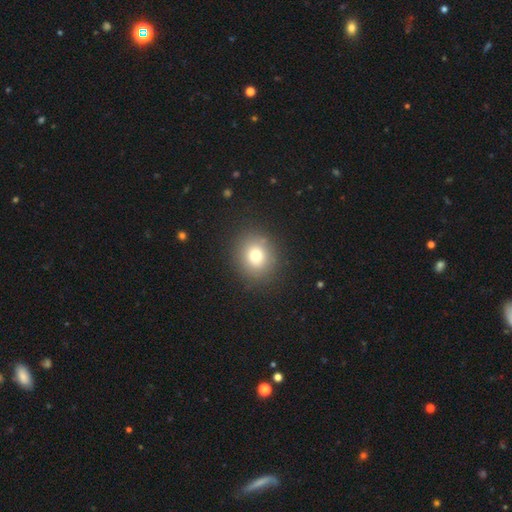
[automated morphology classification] Smooth or featured?
  - smooth: 76% *
  - star or artifact: 14%
  - featured or disk: 11%
How rounded?
  - round: 78% *
  - in between: 21%
  - cigar-shaped: 1%
Merging?
  - none: 87% *
  - minor disturbance: 8%
  - major disturbance: 3%
  - merger: 1%